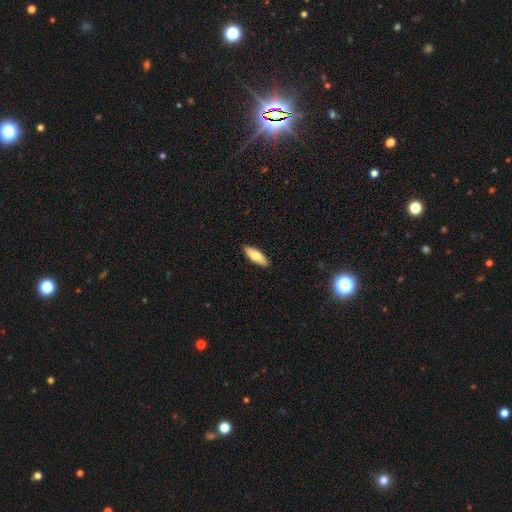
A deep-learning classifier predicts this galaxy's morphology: This appears to be a smooth galaxy with no disk features (76%) that is in between round and cigar-shaped (61%). Merging: none (90%).